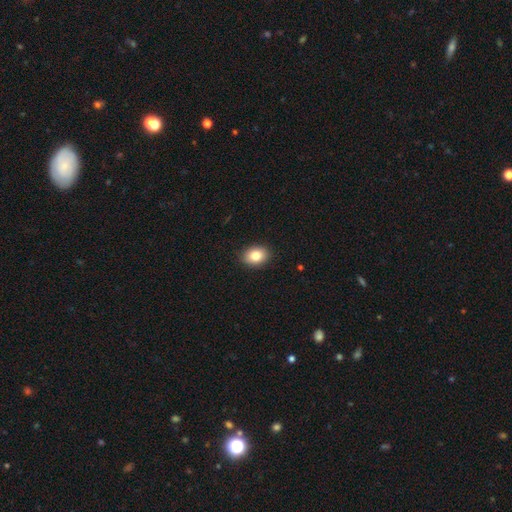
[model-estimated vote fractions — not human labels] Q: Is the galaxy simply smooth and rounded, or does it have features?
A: smooth — 83%.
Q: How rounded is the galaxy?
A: in between — 70%.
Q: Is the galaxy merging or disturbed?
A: none — 90%.